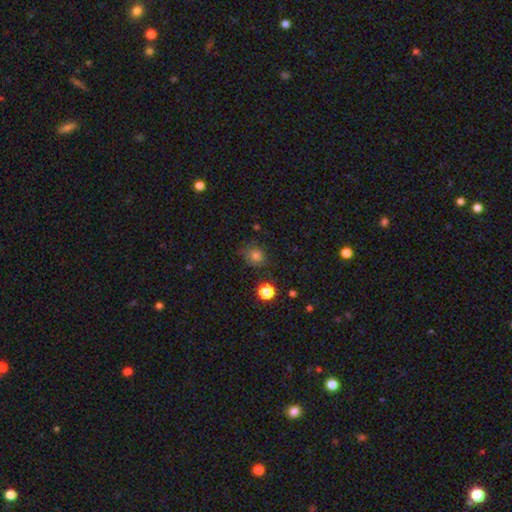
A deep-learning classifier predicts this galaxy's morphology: Smooth or featured?
  - smooth: 79% *
  - star or artifact: 15%
  - featured or disk: 6%
How rounded?
  - round: 76% *
  - in between: 23%
  - cigar-shaped: 1%
Merging?
  - none: 72% *
  - minor disturbance: 19%
  - major disturbance: 6%
  - merger: 3%